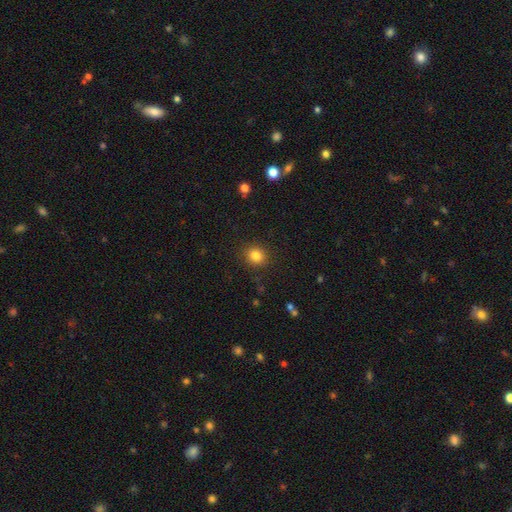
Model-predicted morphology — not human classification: type=smooth (83%); roundness=round (78%); merging=none (89%).